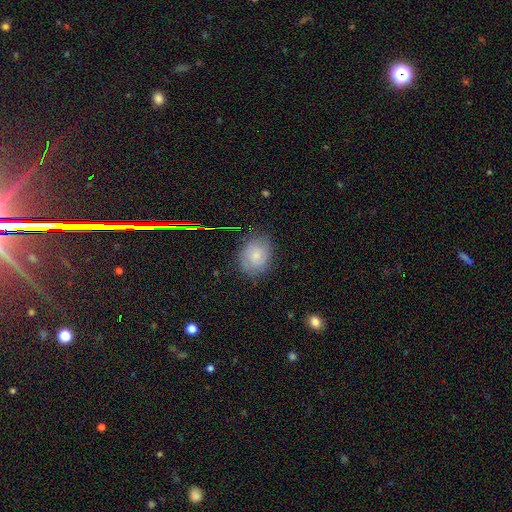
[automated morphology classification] A smooth galaxy with no disk features (47%).

Vote fractions:
- Smooth or featured? smooth: 47% / featured or disk: 40% / star or artifact: 13%
- Merging? none: 78% / minor disturbance: 16% / major disturbance: 4% / merger: 1%